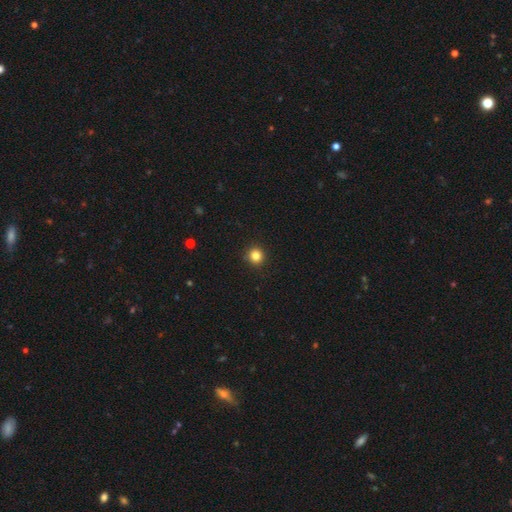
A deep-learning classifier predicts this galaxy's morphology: Smooth or featured? Predicted: smooth (p=0.83). How rounded? Predicted: round (p=0.94). Merging? Predicted: none (p=0.92).